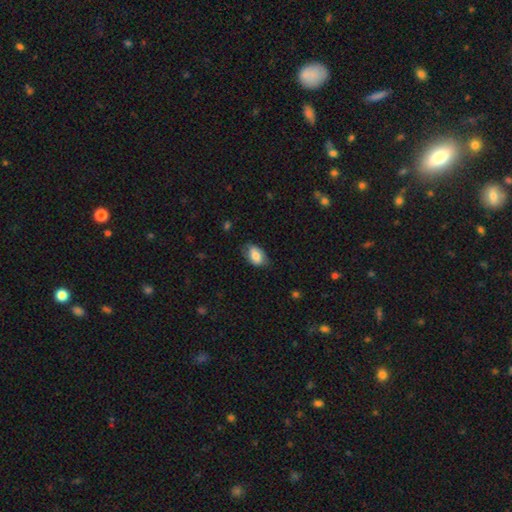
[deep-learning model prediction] smooth_or_featured: smooth (p=0.78) [alt: featured or disk p=0.15]
how_rounded: in between (p=0.90) [alt: round p=0.08]
merging: none (p=0.71) [alt: minor disturbance p=0.23]